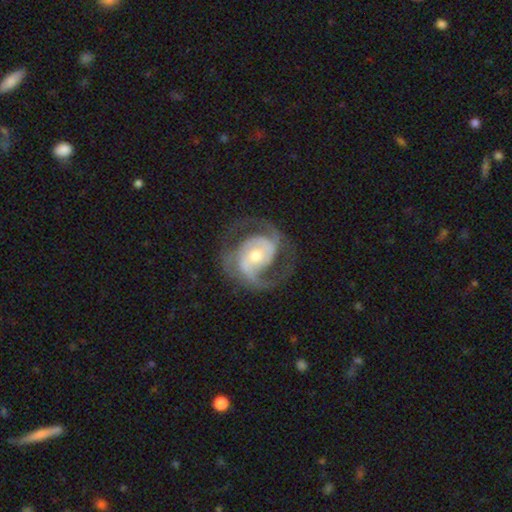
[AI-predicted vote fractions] The model was most divided on "spiral winding": medium: 52%, tight: 34%, loose: 15%. More confident: edge-on disk — no (98%); spiral arms — yes (97%); smooth or featured — featured or disk (90%); spiral arm count — 2 (73%); merging — none (70%); bulge size — moderate (62%); bar — no (53%).